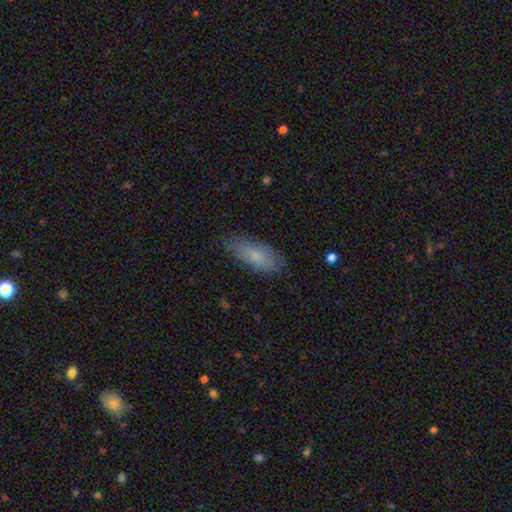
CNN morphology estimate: The model was most divided on "how rounded": in between: 70%, cigar-shaped: 27%, round: 2%. More confident: smooth or featured — smooth (76%); merging — none (76%).